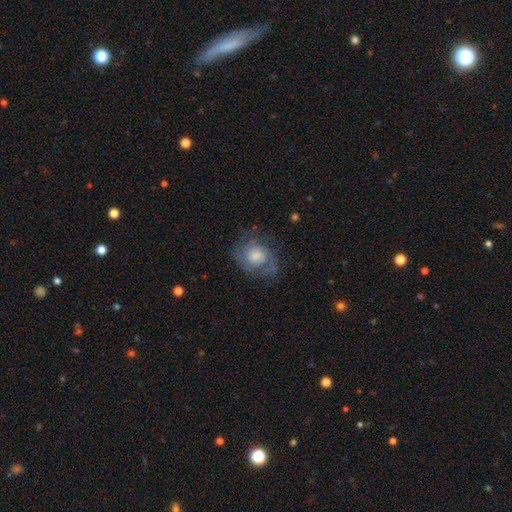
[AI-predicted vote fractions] smooth-or-featured: featured or disk: 61% | smooth: 30% | star or artifact: 9%
  disk-edge-on: no: 97% | yes: 3%
    bar: no: 75% | weak: 22% | strong: 3%
    has-spiral-arms: yes: 83% | no: 17%
    bulge-size: moderate: 46% | small: 24% | large: 22% | none: 6% | dominant: 3%
  merging: none: 65% | minor disturbance: 20% | major disturbance: 13% | merger: 1%